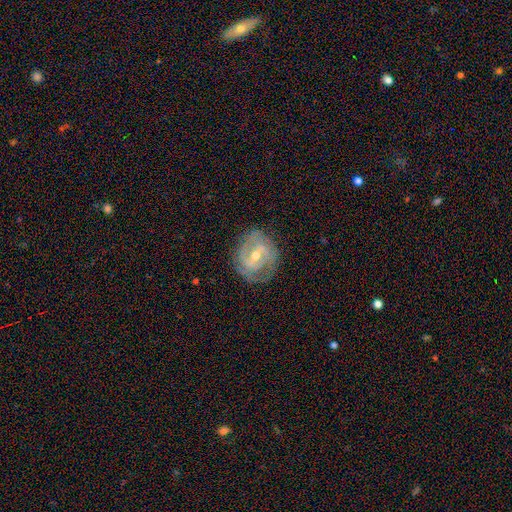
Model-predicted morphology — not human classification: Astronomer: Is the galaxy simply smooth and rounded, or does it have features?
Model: featured or disk — 82%.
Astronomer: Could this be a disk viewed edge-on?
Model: no — 97%.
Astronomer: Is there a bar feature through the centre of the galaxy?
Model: weak — 48% (runner-up: strong, 27%).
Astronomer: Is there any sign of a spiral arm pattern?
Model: yes — 90%.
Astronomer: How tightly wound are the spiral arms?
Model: tight — 56% (runner-up: medium, 34%).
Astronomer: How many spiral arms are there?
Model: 2 — 51%.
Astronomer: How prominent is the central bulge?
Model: moderate — 53% (runner-up: small, 44%).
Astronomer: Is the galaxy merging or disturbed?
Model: none — 76%.